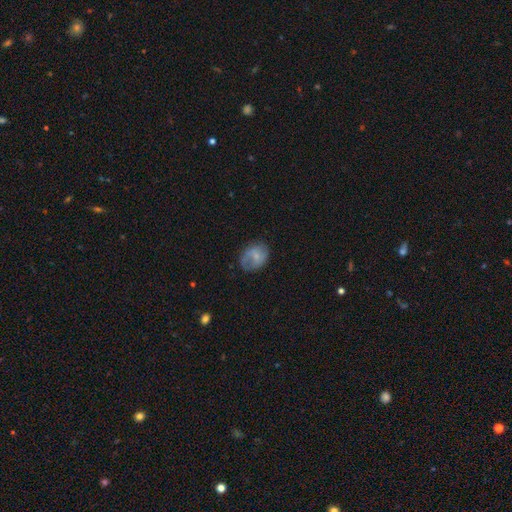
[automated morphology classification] smooth 52%, featured or disk 40%, star or artifact 8%. Down the decision tree: how rounded — in between (58%); merging — none (57%).